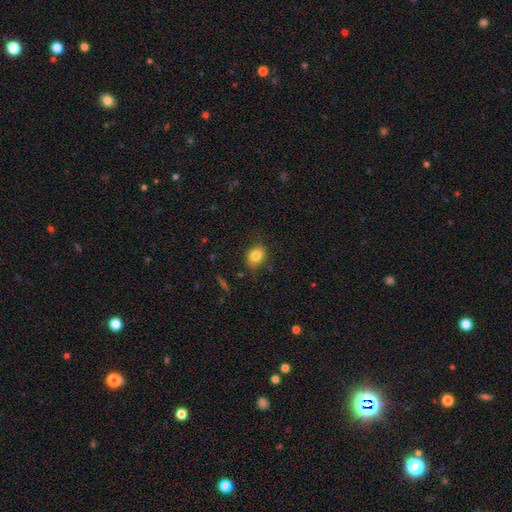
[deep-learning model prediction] This appears to be a smooth galaxy with no disk features (83%) that is round (50%). Merging: none (79%).